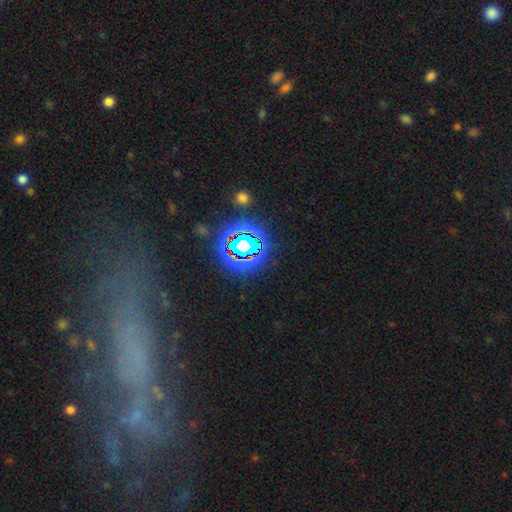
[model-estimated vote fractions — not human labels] Smooth or featured? star or artifact (41%)